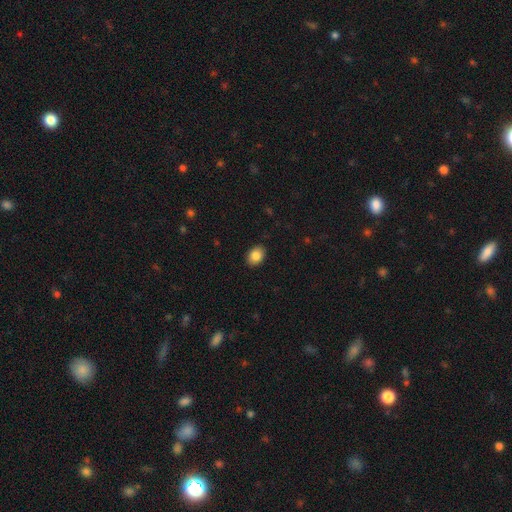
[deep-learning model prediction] The model was most divided on "how rounded": in between: 68%, round: 31%, cigar-shaped: 1%. More confident: merging — none (90%); smooth or featured — smooth (86%).